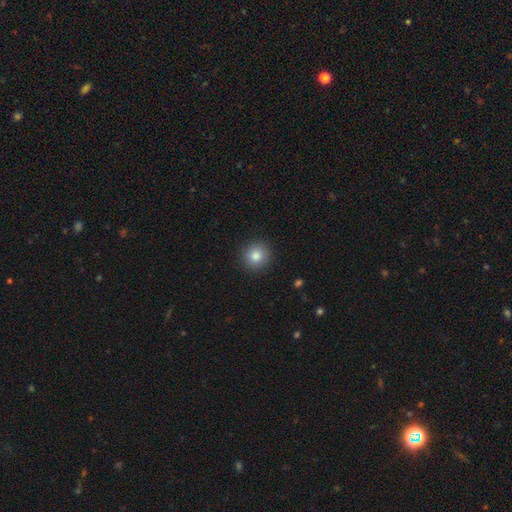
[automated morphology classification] This is clearly a smooth galaxy (83%). How rounded: clearly round (93%). Merging: clearly none (92%).